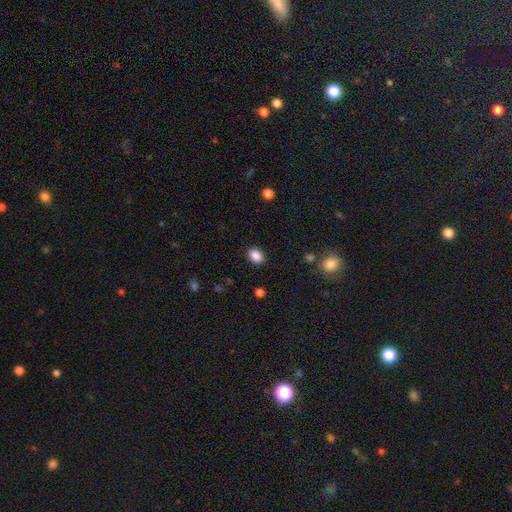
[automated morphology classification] Smooth or featured? smooth (88%)
How rounded? in between (64%)
Merging? none (88%)